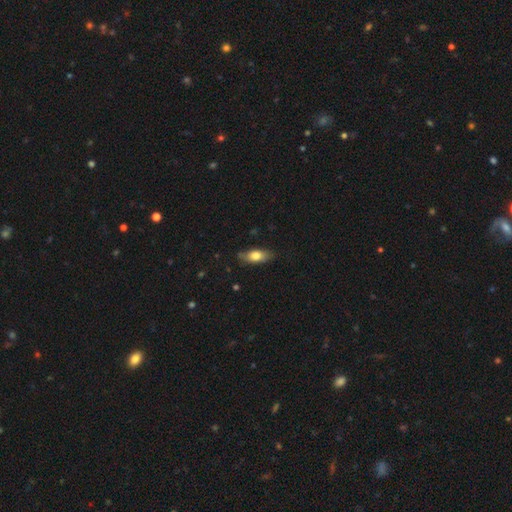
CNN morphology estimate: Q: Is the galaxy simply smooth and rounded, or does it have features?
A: smooth — 71%.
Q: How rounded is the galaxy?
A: in between — 78%.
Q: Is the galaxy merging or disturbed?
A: none — 75%.